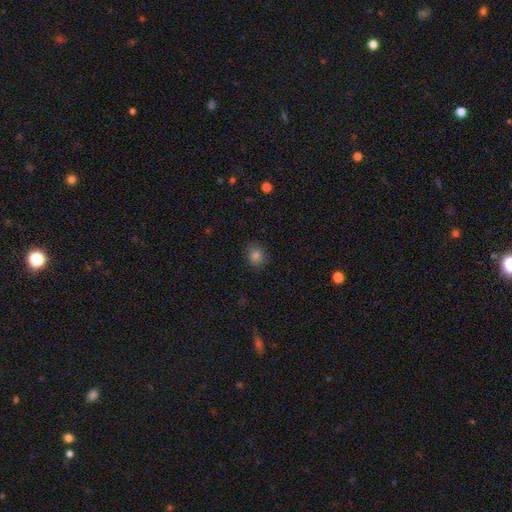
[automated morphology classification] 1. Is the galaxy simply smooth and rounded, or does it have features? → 81% smooth, 13% star or artifact, 6% featured or disk.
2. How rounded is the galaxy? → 72% round, 27% in between, 1% cigar-shaped.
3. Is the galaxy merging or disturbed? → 87% none, 10% minor disturbance, 2% major disturbance, 1% merger.